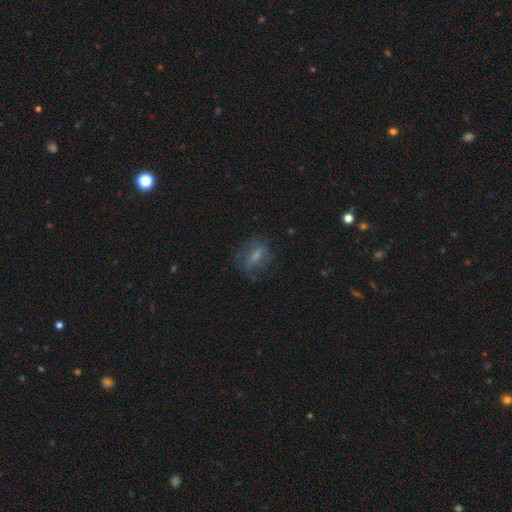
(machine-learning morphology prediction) Overall: smooth (52%; featured or disk 35%). How rounded: in between (64%). Merging: none (60%; minor disturbance 21%).